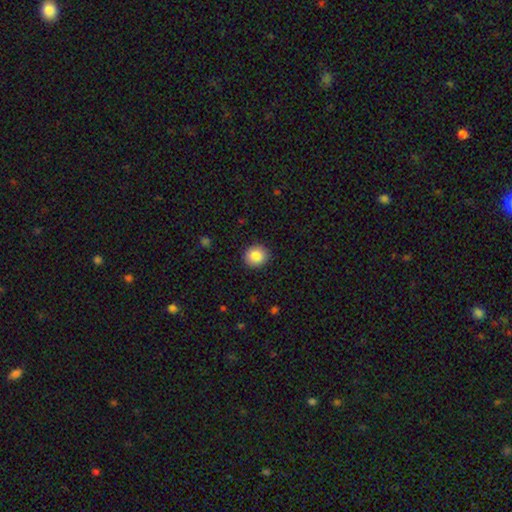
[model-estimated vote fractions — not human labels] smooth 86%, star or artifact 9%, featured or disk 6%. Down the decision tree: how rounded — round (83%); merging — none (91%).